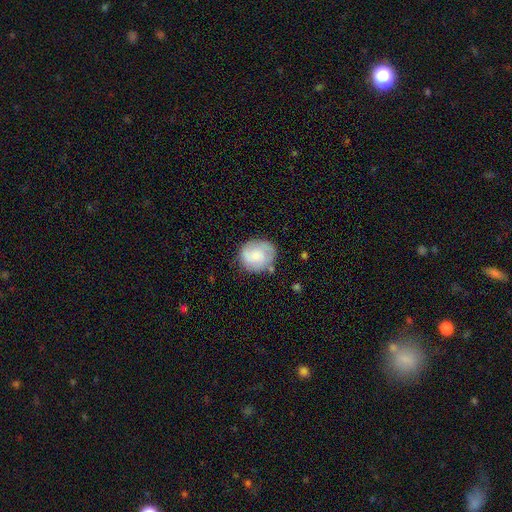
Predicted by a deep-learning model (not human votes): A smooth galaxy with no disk features (58%) that is round (76%). Merging: none (68%).